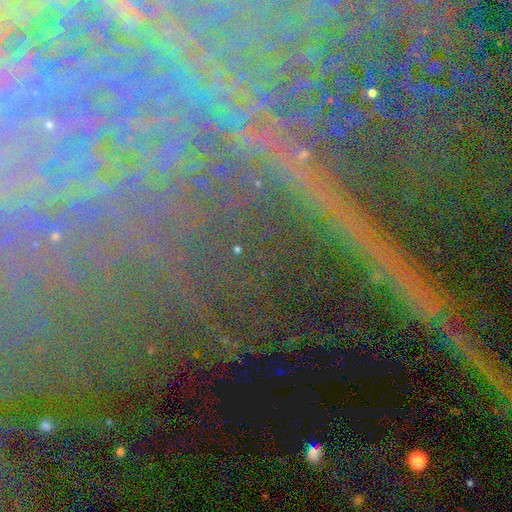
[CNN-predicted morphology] Smooth or featured? Predicted: star or artifact (p=0.79).